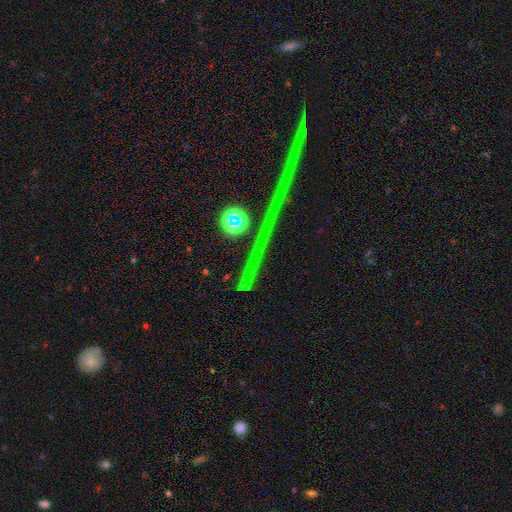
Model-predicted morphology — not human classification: Smooth or featured? star or artifact (72%)